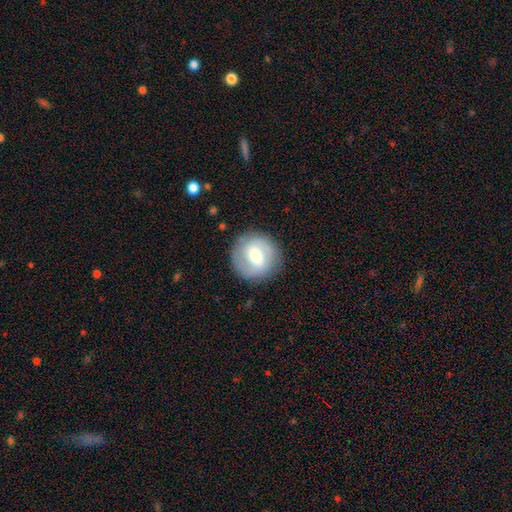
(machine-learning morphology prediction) Smooth or featured?
  - featured or disk: 51% *
  - smooth: 42%
  - star or artifact: 7%
Edge-on disk?
  - no: 95% *
  - yes: 5%
Merging?
  - none: 85% *
  - minor disturbance: 10%
  - major disturbance: 4%
  - merger: 1%